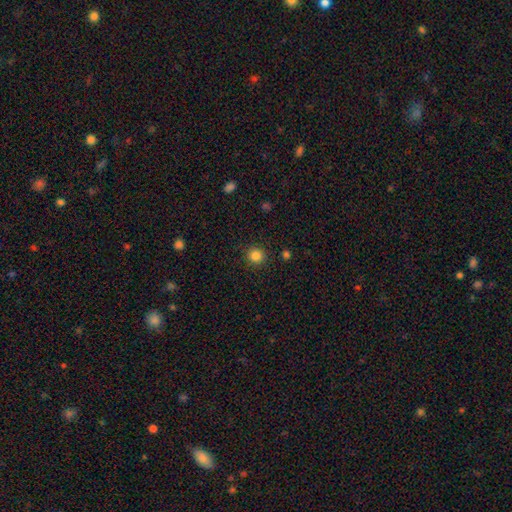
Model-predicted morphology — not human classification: The model was most divided on "smooth or featured": smooth: 84%, star or artifact: 12%, featured or disk: 4%. More confident: how rounded — round (92%); merging — none (91%).